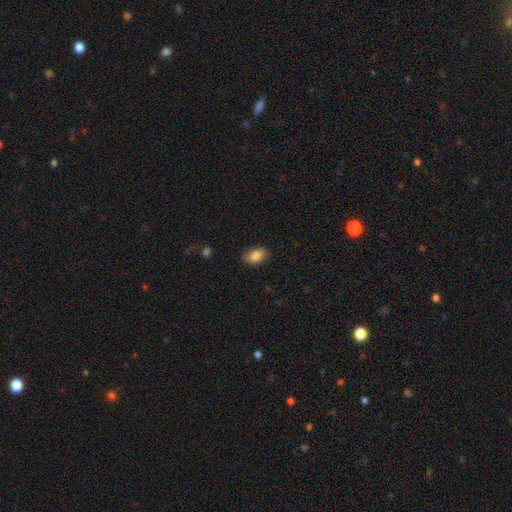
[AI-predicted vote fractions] Smooth or featured?
  - smooth: 85% *
  - star or artifact: 8%
  - featured or disk: 7%
How rounded?
  - in between: 88% *
  - round: 11%
  - cigar-shaped: 2%
Merging?
  - none: 84% *
  - minor disturbance: 12%
  - major disturbance: 2%
  - merger: 1%